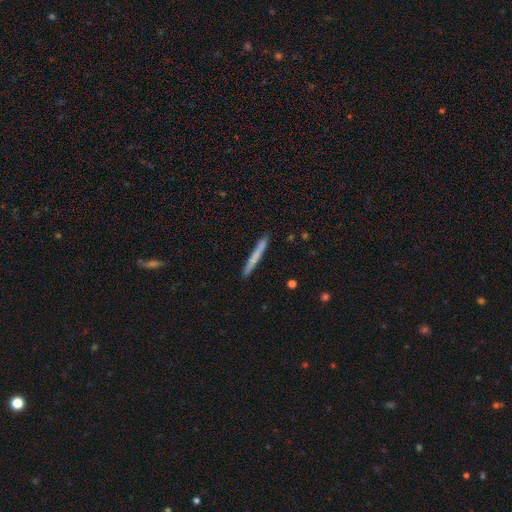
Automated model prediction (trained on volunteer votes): Overall: smooth (66%; featured or disk 28%). How rounded: cigar-shaped (97%). Merging: none (89%).